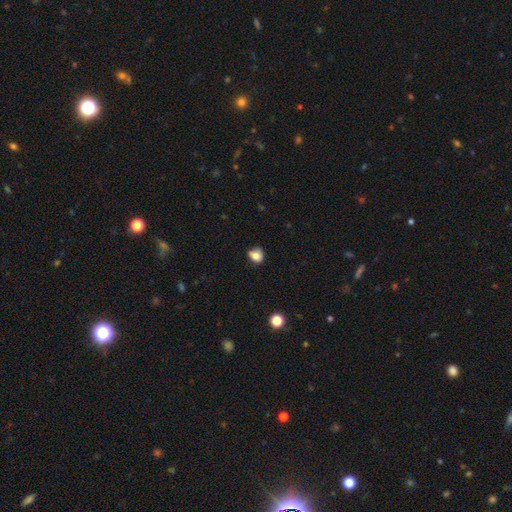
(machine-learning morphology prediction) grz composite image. It shows a smooth galaxy with no disk features (81%) that is round (67%). Merging: none (65%).